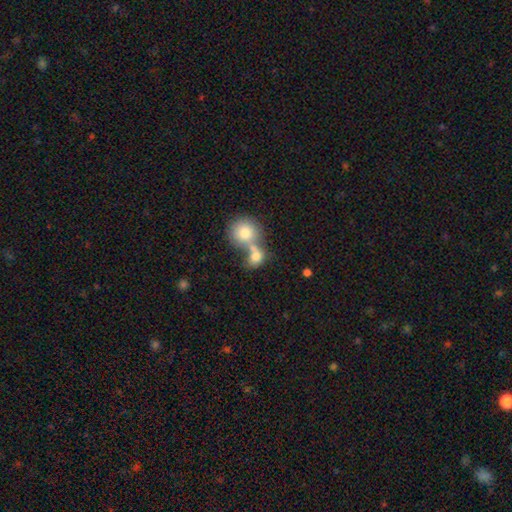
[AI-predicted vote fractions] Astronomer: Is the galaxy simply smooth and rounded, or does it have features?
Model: smooth — 78%.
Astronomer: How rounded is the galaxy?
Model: round — 61% (runner-up: in between, 38%).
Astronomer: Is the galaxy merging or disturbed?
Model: merger — 64%.